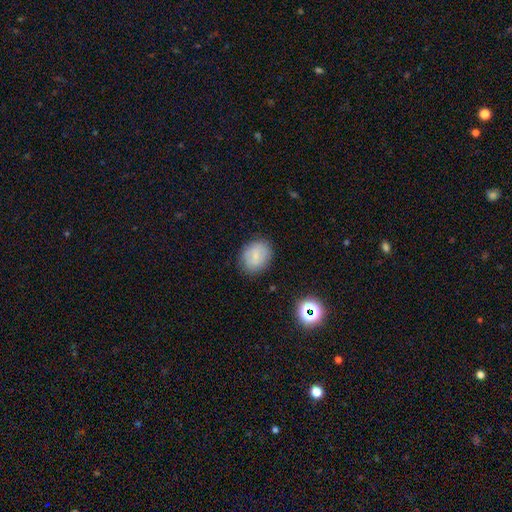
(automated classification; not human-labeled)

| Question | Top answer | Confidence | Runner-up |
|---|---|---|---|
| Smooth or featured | smooth | 74% | featured or disk (16%) |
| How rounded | in between | 51% | round (48%) |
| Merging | none | 83% | minor disturbance (12%) |